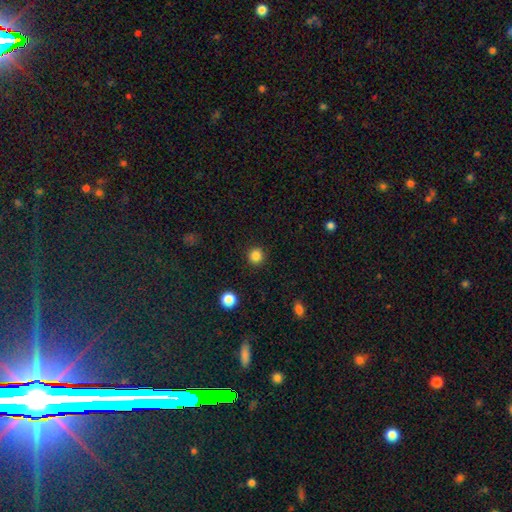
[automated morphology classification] smooth-or-featured: smooth: 85% | star or artifact: 12% | featured or disk: 3%
  how-rounded: round: 95% | in between: 4% | cigar-shaped: 1%
  merging: none: 92% | minor disturbance: 5% | major disturbance: 2% | merger: 1%